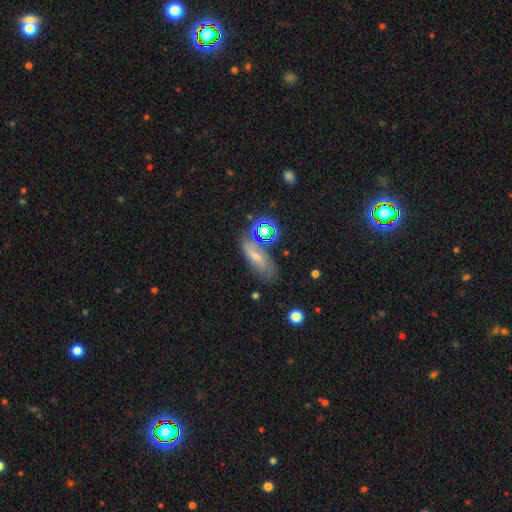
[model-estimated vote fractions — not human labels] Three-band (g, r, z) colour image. It shows a smooth galaxy with no disk features (41%). Merging: none (64%).